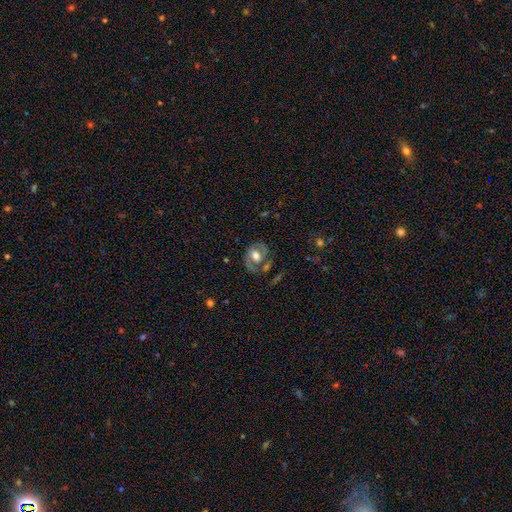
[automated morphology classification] Smooth or featured? featured or disk (60%)
Edge-on disk? no (95%)
Bar? no (52%)
Spiral arms? yes (59%)
Bulge size? moderate (53%)
Merging? none (58%)